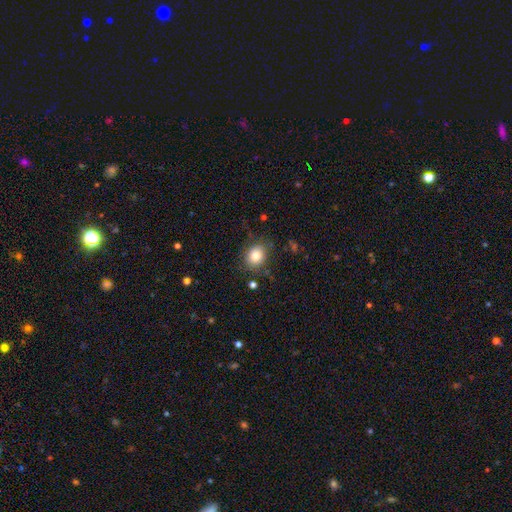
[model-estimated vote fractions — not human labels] smooth-or-featured: smooth: 82% | star or artifact: 10% | featured or disk: 8%
  how-rounded: round: 63% | in between: 37% | cigar-shaped: 1%
  merging: none: 81% | minor disturbance: 13% | major disturbance: 4% | merger: 2%